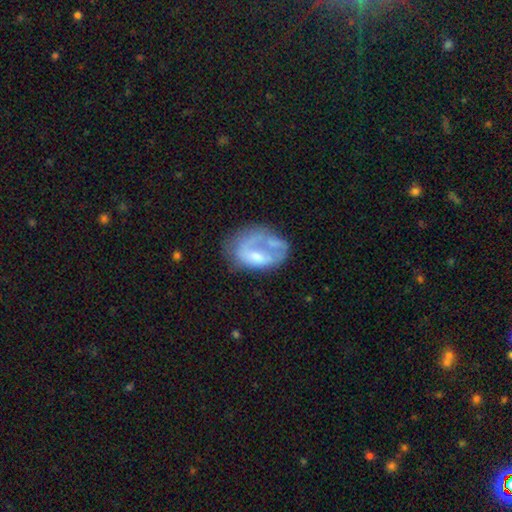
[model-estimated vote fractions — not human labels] smooth_or_featured: featured or disk (p=0.54) [alt: smooth p=0.38]
disk_edge_on: no (p=0.97) [alt: yes p=0.03]
bar: no (p=0.70) [alt: weak p=0.24]
has_spiral_arms: no (p=0.64) [alt: yes p=0.36]
bulge_size: moderate (p=0.36) [alt: small p=0.30]
merging: none (p=0.35) [alt: major disturbance p=0.33]